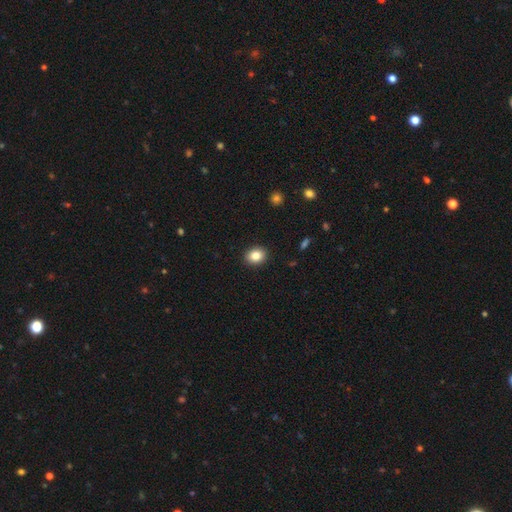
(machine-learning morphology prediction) type=smooth (85%); roundness=round (50%); merging=none (91%).